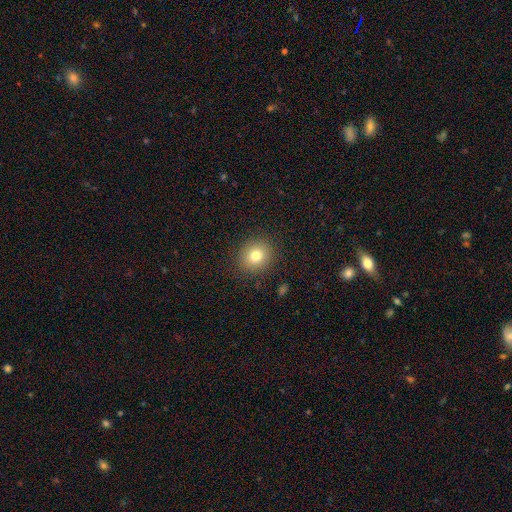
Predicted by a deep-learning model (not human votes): smooth-or-featured: smooth: 78% | star or artifact: 12% | featured or disk: 10%
  how-rounded: round: 84% | in between: 16% | cigar-shaped: 1%
  merging: none: 89% | minor disturbance: 7% | major disturbance: 3% | merger: 1%